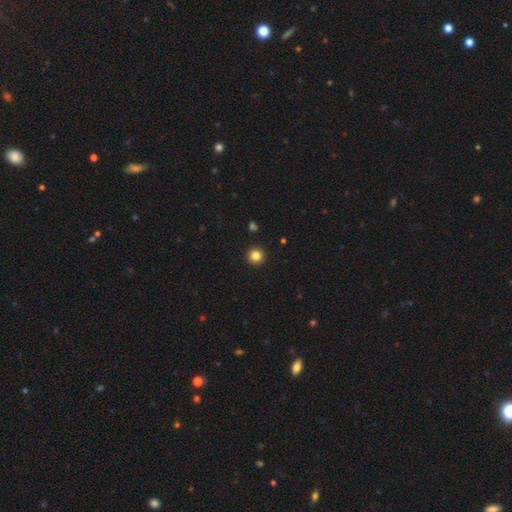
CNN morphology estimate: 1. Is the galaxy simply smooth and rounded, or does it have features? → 83% smooth, 12% star or artifact, 5% featured or disk.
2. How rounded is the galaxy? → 96% round, 3% in between, 1% cigar-shaped.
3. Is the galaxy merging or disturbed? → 94% none, 4% minor disturbance, 1% major disturbance, 1% merger.